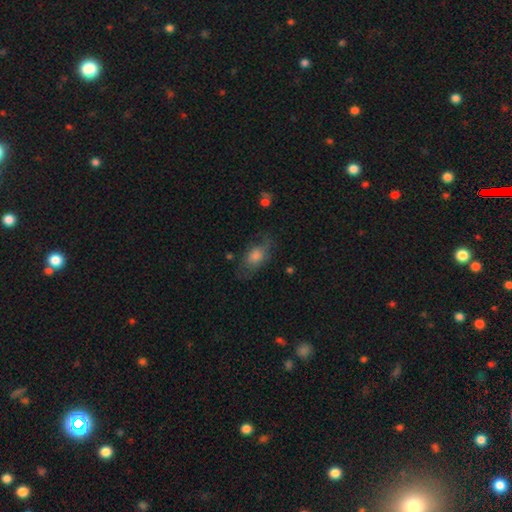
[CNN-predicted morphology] smooth_or_featured: smooth (p=0.59) [alt: featured or disk p=0.29]
how_rounded: in between (p=0.80) [alt: round p=0.14]
merging: none (p=0.62) [alt: minor disturbance p=0.23]